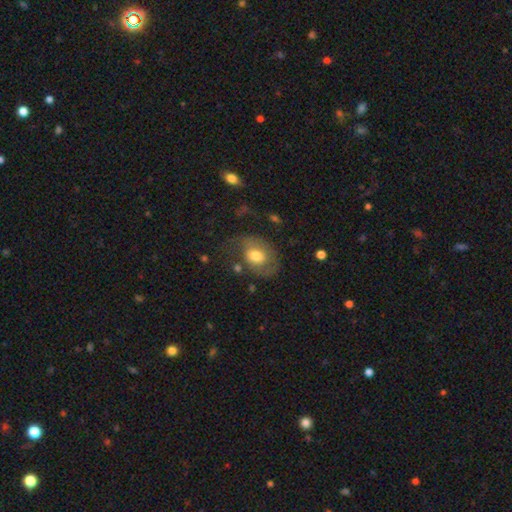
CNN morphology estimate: A smooth galaxy with no disk features (54%) that is in between round and cigar-shaped (63%).

Vote fractions:
- Smooth or featured? smooth: 54% / featured or disk: 38% / star or artifact: 9%
- How rounded? in between: 63% / round: 36% / cigar-shaped: 1%
- Merging? none: 47% / major disturbance: 26% / minor disturbance: 24% / merger: 3%